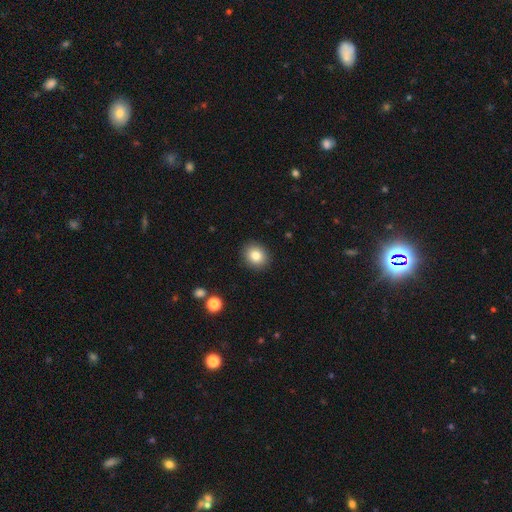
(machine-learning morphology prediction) smooth-or-featured: smooth: 83% | star or artifact: 10% | featured or disk: 7%
  how-rounded: round: 71% | in between: 28% | cigar-shaped: 1%
  merging: none: 90% | minor disturbance: 7% | major disturbance: 2% | merger: 1%